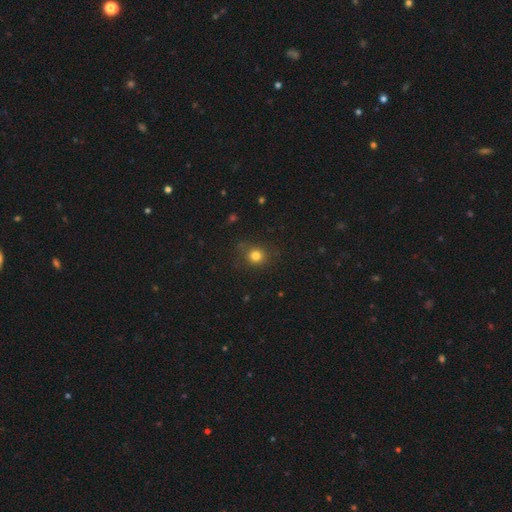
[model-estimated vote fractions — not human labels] Smooth or featured? Predicted: smooth (p=0.80). How rounded? Predicted: round (p=0.81). Merging? Predicted: none (p=0.79).